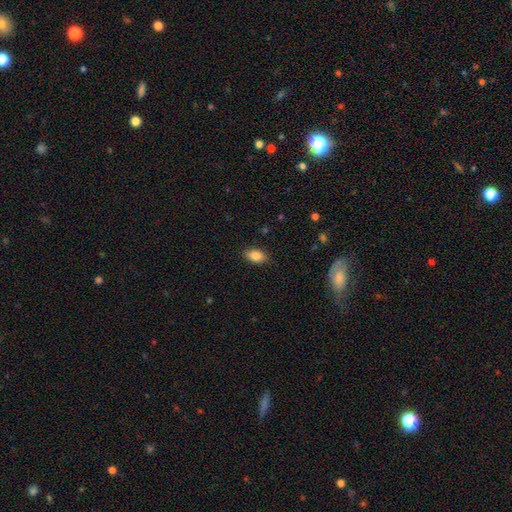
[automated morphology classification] smooth_or_featured: smooth (p=0.83) [alt: featured or disk p=0.09]
how_rounded: in between (p=0.89) [alt: round p=0.07]
merging: none (p=0.86) [alt: minor disturbance p=0.11]